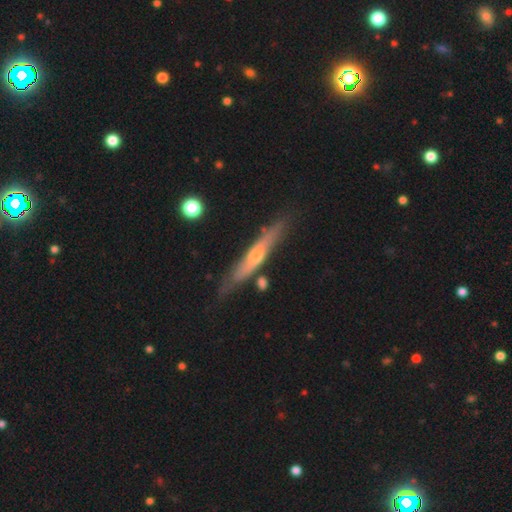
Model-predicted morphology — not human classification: This is likely a featured or disk galaxy (69%). It is clearly viewed edge-on (90%). Edge-on bulge: likely rounded (78%). Merging: clearly none (80%).